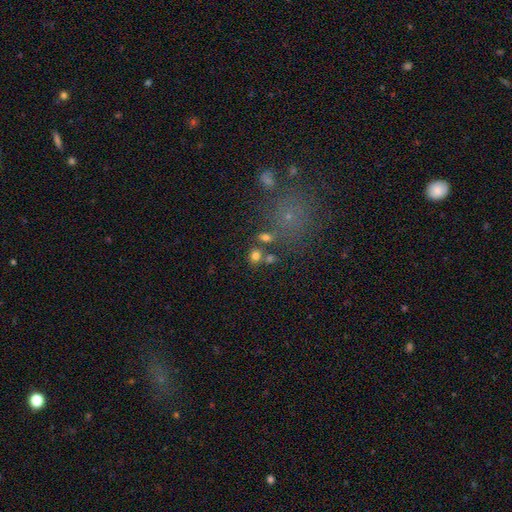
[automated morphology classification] The model was most divided on "merging": none: 62%, merger: 24%, minor disturbance: 10%, major disturbance: 5%. More confident: smooth or featured — smooth (74%); how rounded — round (71%).